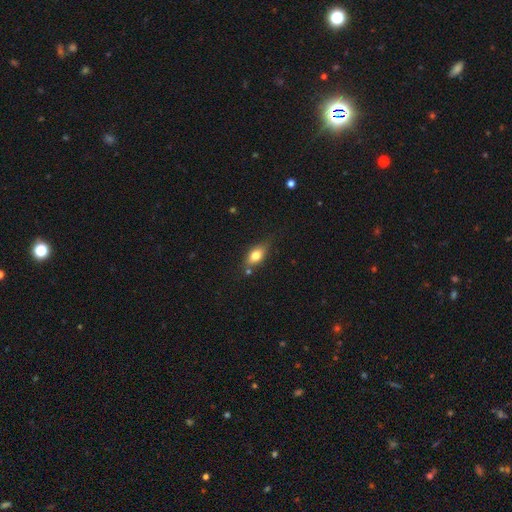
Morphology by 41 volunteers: Volunteers were most divided on "smooth or featured": smooth: 71%, featured or disk: 20%, star or artifact: 10%. More confident: how rounded — in between (83%); merging — none (81%).